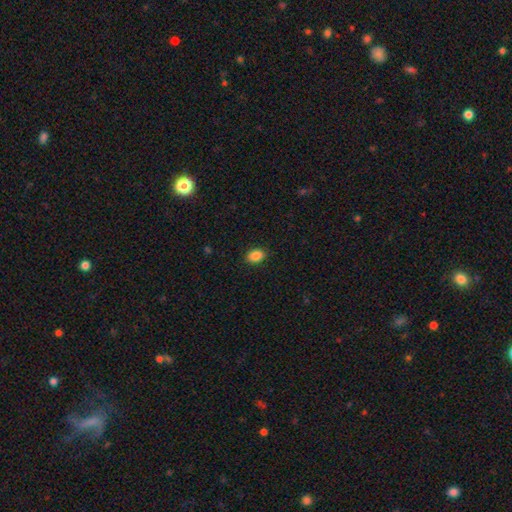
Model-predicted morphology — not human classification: A smooth galaxy with no disk features (87%) that is in between round and cigar-shaped (77%).

Vote fractions:
- Smooth or featured? smooth: 87% / star or artifact: 9% / featured or disk: 4%
- How rounded? in between: 77% / round: 21% / cigar-shaped: 1%
- Merging? none: 89% / minor disturbance: 8% / major disturbance: 2% / merger: 1%